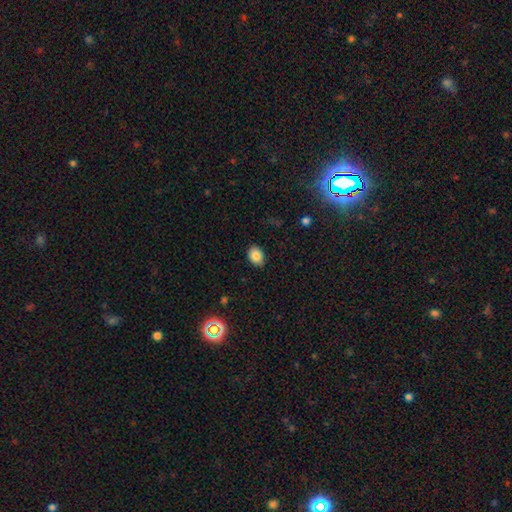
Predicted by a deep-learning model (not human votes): smooth_or_featured: smooth (p=0.85) [alt: star or artifact p=0.09]
how_rounded: in between (p=0.70) [alt: round p=0.29]
merging: none (p=0.85) [alt: minor disturbance p=0.11]